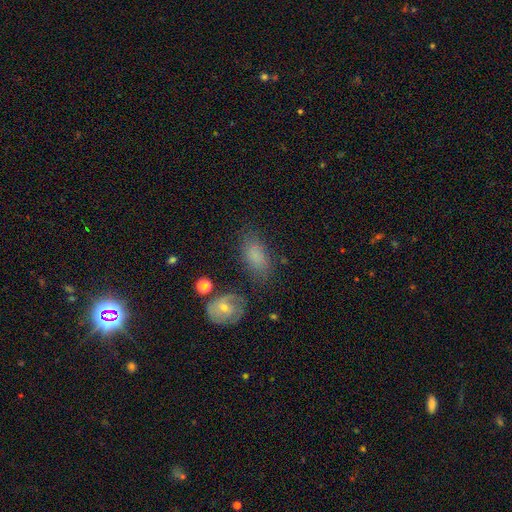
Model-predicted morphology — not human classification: smooth-or-featured: smooth: 72% | featured or disk: 17% | star or artifact: 11%
  how-rounded: in between: 88% | round: 8% | cigar-shaped: 5%
  merging: none: 62% | minor disturbance: 22% | major disturbance: 10% | merger: 6%